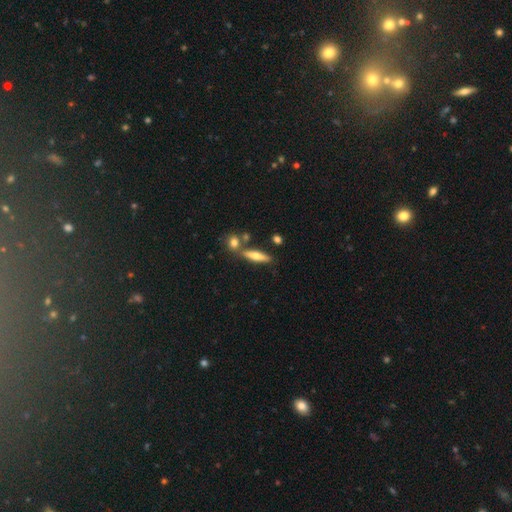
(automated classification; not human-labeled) This appears to be a smooth galaxy with no disk features (57%) that is cigar-shaped (74%). Merging: none (70%).